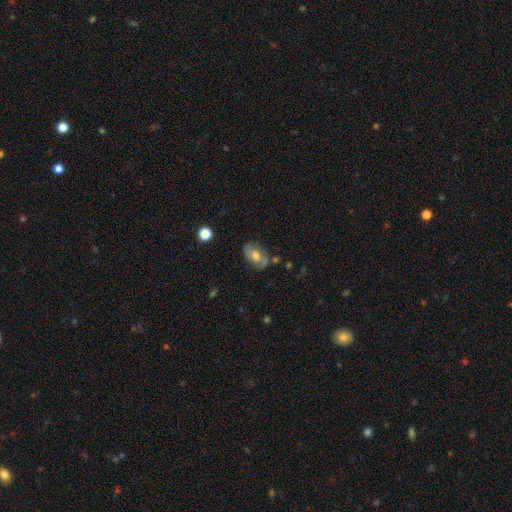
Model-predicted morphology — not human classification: Overall: smooth (49%; featured or disk 43%). Merging: none (69%).